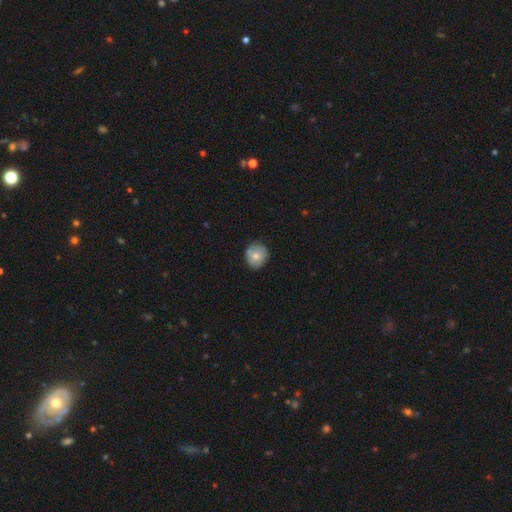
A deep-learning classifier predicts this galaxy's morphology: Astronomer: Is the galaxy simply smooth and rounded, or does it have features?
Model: smooth — 74%.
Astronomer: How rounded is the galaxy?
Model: round — 81%.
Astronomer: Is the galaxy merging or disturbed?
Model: none — 76%.